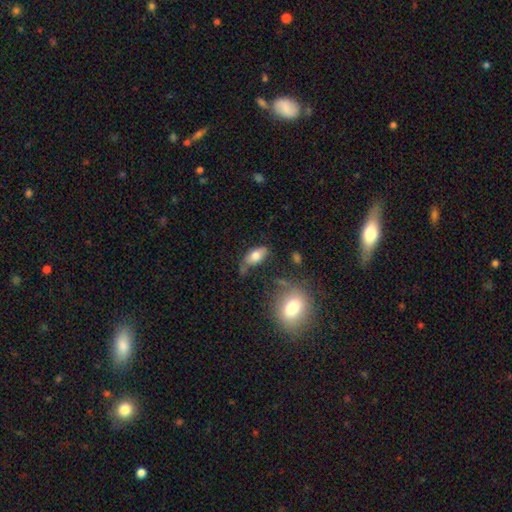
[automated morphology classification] The model was most divided on "merging": none: 58%, minor disturbance: 25%, major disturbance: 8%, merger: 8%. More confident: how rounded — in between (89%); smooth or featured — smooth (73%).